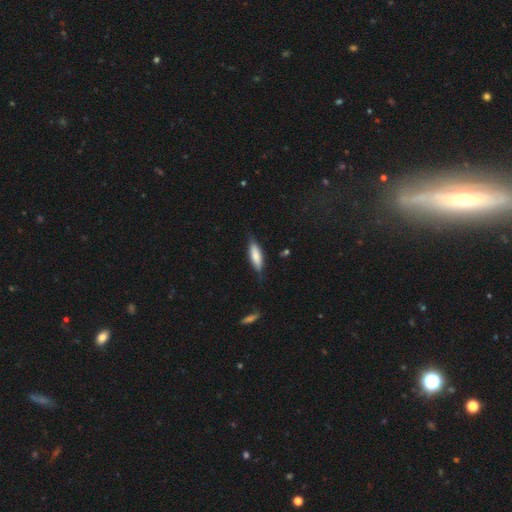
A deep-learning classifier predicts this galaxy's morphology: Smooth or featured: smooth — 73% (featured or disk — 21%)
How rounded: cigar-shaped — 50% (in between — 48%)
Merging: none — 71% (minor disturbance — 23%)